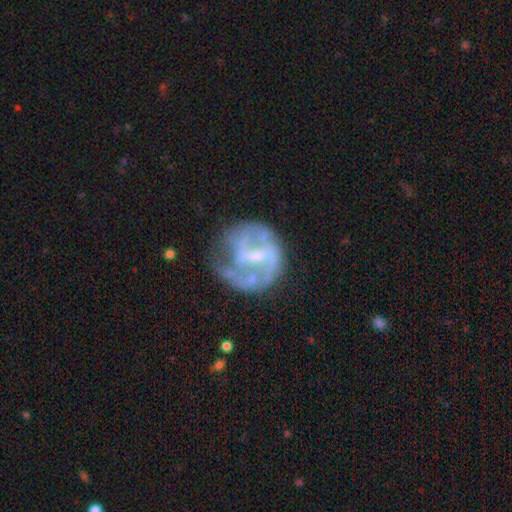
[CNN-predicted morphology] Smooth or featured: featured or disk — 79% (smooth — 14%)
Edge-on disk: no — 98% (yes — 2%)
Bar: weak — 51% (no — 26%)
Spiral arms: yes — 79% (no — 21%)
Spiral winding: medium — 44% (tight — 30%)
Spiral arm count: 2 — 50% (can't tell — 23%)
Bulge size: small — 51% (moderate — 31%)
Merging: none — 53% (minor disturbance — 22%)